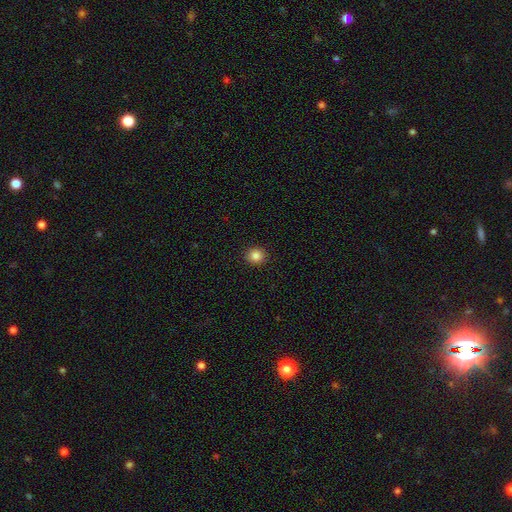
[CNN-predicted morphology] Smooth or featured? Predicted: smooth (p=0.86). How rounded? Predicted: round (p=0.86). Merging? Predicted: none (p=0.92).